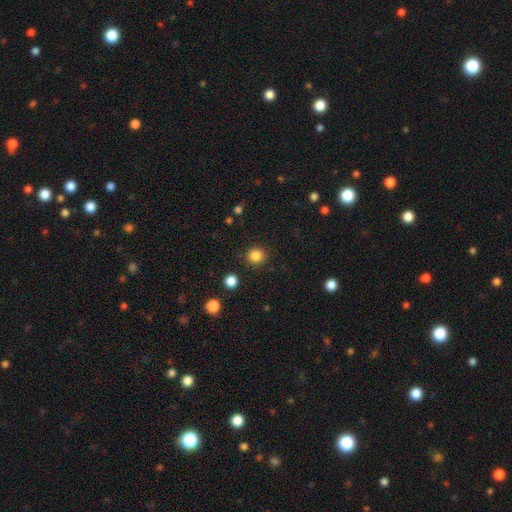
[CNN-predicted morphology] Smooth or featured: smooth — 85% (star or artifact — 12%)
How rounded: round — 90% (in between — 9%)
Merging: none — 90% (minor disturbance — 6%)